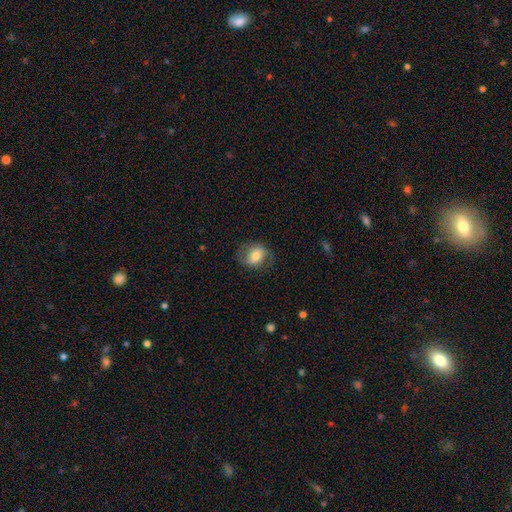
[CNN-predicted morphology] Overall: smooth (54%; featured or disk 38%). How rounded: in between (56%; round 42%). Merging: none (71%).